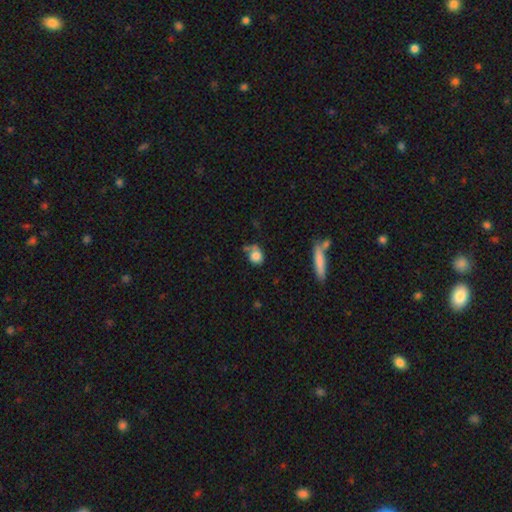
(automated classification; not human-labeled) Morphology: type=smooth (78%); roundness=round (66%); merging=none (48%).